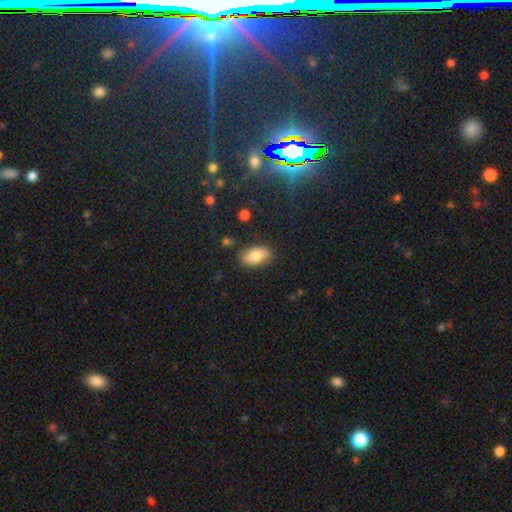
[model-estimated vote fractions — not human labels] This is clearly a smooth galaxy (81%). How rounded: clearly in between (92%). Merging: clearly none (84%).